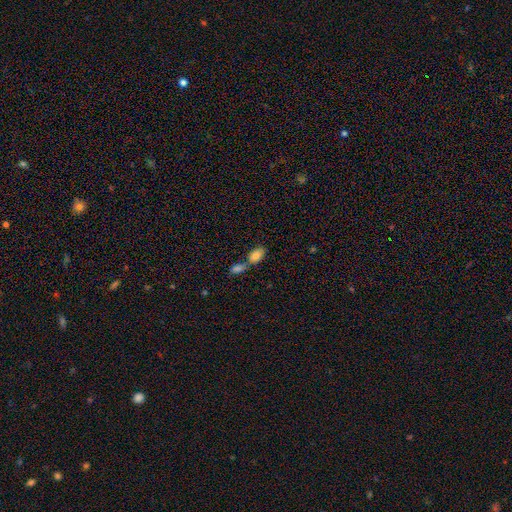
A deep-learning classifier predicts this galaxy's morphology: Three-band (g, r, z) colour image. It shows a smooth galaxy with no disk features (83%) that is in between round and cigar-shaped (92%). Merging: merger (52%).